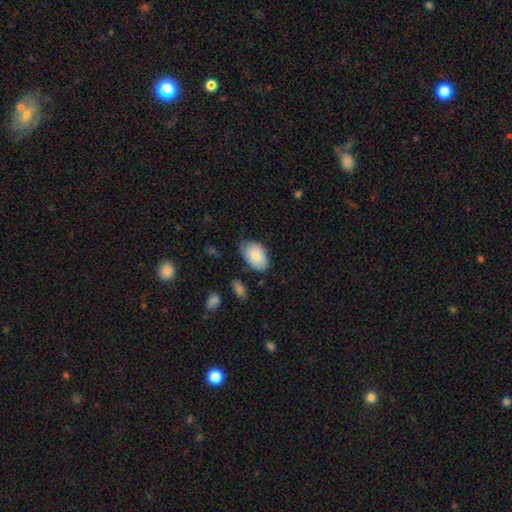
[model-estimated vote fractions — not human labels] Q: Smooth or featured?
A: smooth (84%); runner-up: featured or disk (10%)
Q: How rounded?
A: in between (90%); runner-up: round (9%)
Q: Merging?
A: none (64%); runner-up: minor disturbance (28%)